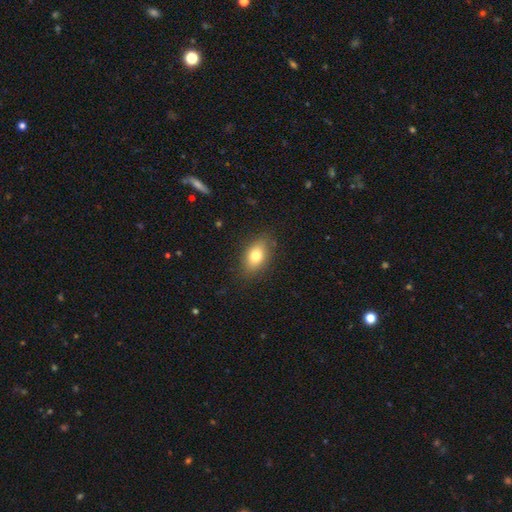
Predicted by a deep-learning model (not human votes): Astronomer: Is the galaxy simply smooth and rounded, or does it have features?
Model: smooth — 76%.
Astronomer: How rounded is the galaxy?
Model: in between — 83%.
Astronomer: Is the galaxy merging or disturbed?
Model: none — 84%.